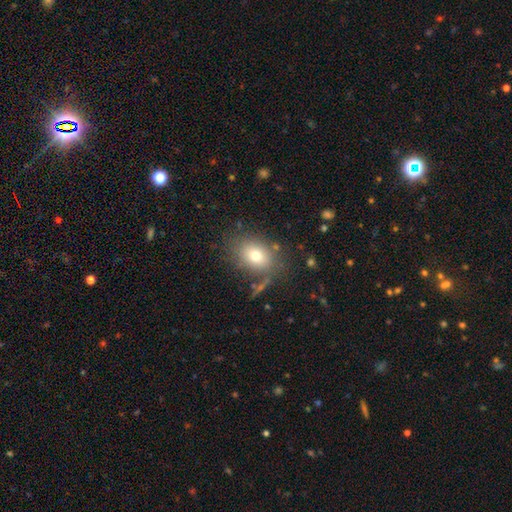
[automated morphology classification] Q: Smooth or featured?
A: smooth (73%); runner-up: featured or disk (14%)
Q: How rounded?
A: in between (61%); runner-up: round (38%)
Q: Merging?
A: none (75%); runner-up: minor disturbance (13%)